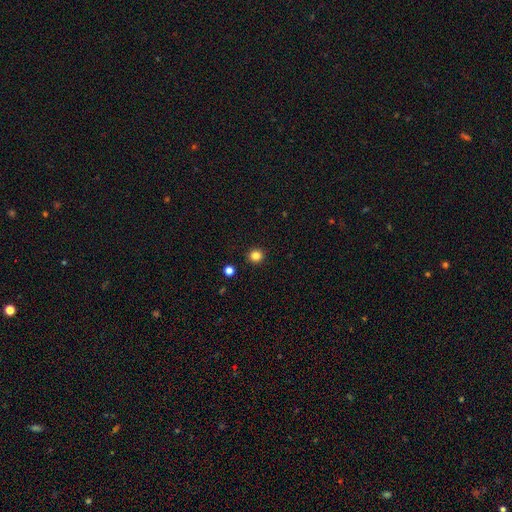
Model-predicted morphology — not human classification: Q: Smooth or featured?
A: smooth (84%); runner-up: star or artifact (12%)
Q: How rounded?
A: round (93%); runner-up: in between (6%)
Q: Merging?
A: none (93%); runner-up: minor disturbance (4%)